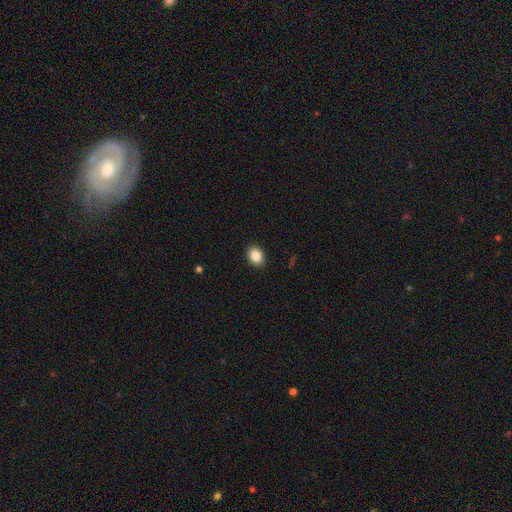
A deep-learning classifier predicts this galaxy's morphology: smooth 87%, star or artifact 8%, featured or disk 5%. Down the decision tree: how rounded — in between (65%); merging — none (91%).